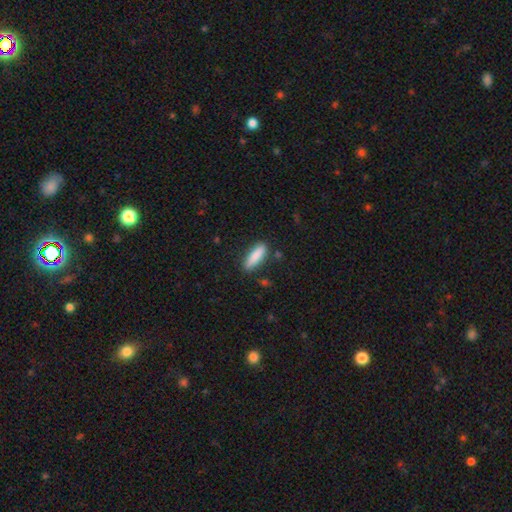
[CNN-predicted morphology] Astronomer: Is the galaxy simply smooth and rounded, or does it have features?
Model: smooth — 86%.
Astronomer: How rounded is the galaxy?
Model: cigar-shaped — 54% (runner-up: in between, 44%).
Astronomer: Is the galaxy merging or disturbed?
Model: none — 83%.